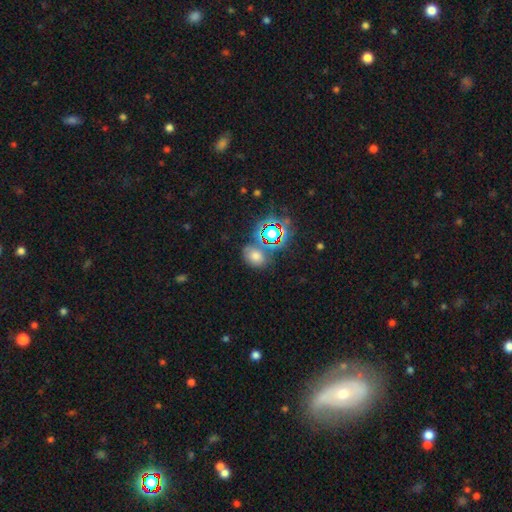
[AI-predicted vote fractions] A smooth galaxy with no disk features (56%) that is in between round and cigar-shaped (59%). Merging: none (65%).